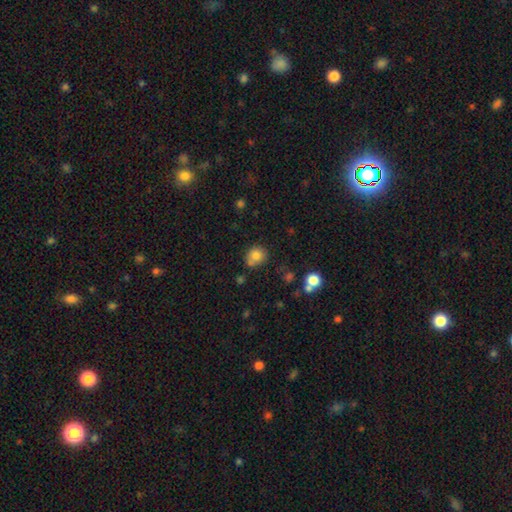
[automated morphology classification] Smooth or featured: smooth — 80% (star or artifact — 12%)
How rounded: round — 79% (in between — 20%)
Merging: none — 64% (minor disturbance — 17%)